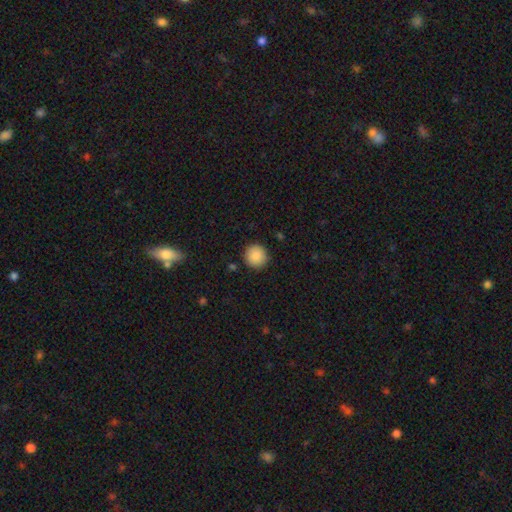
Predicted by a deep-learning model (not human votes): Smooth or featured? Predicted: smooth (p=0.88). How rounded? Predicted: round (p=0.95). Merging? Predicted: none (p=0.90).